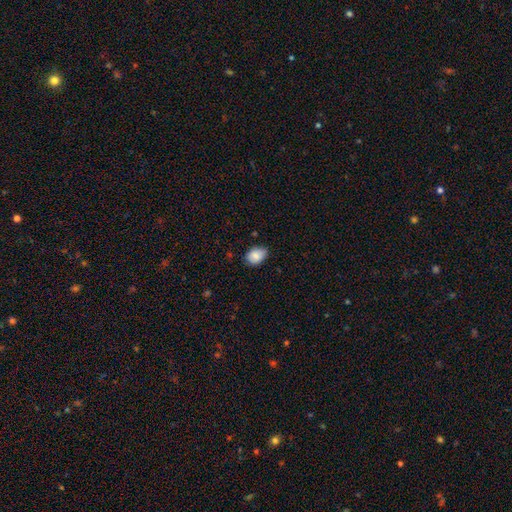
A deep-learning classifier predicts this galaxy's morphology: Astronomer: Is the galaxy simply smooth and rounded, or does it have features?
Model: smooth — 84%.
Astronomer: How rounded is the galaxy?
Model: in between — 72%.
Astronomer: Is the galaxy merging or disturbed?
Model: none — 73%.